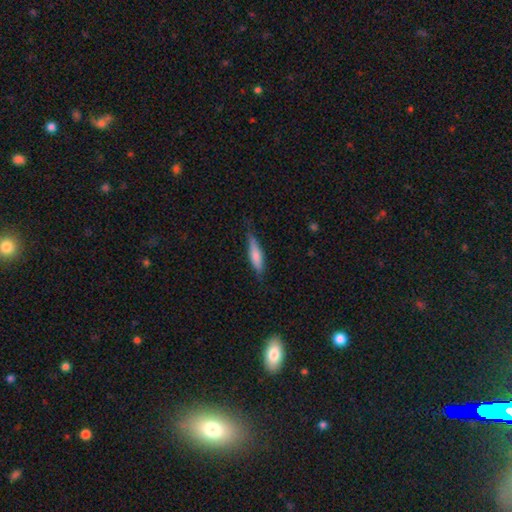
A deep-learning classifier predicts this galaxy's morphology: smooth-or-featured: smooth: 68% | featured or disk: 26% | star or artifact: 6%
  how-rounded: cigar-shaped: 72% | in between: 26% | round: 2%
  merging: none: 74% | minor disturbance: 20% | major disturbance: 4% | merger: 1%